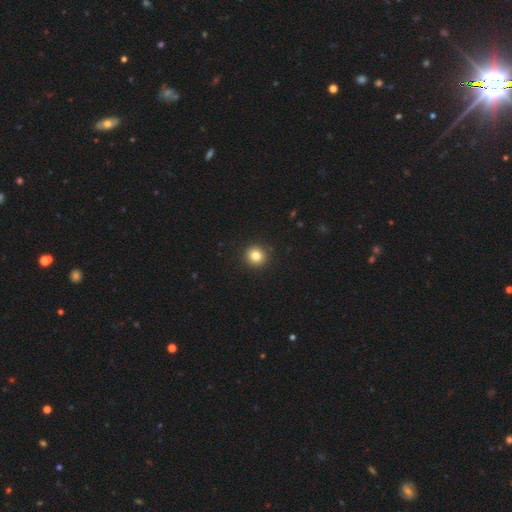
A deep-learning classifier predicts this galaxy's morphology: type=smooth (82%); roundness=round (94%); merging=none (93%).